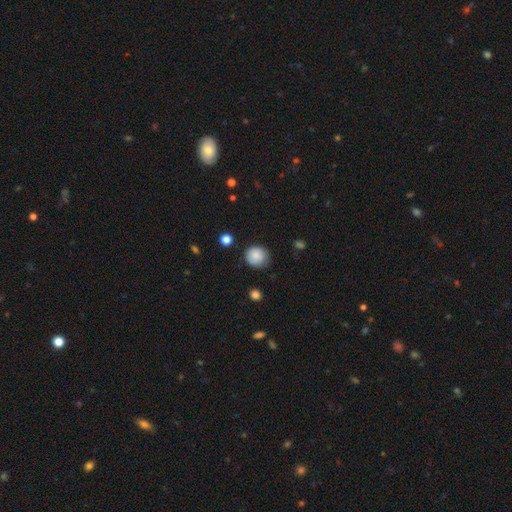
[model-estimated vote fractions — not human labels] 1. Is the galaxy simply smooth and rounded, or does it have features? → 83% smooth, 9% star or artifact, 8% featured or disk.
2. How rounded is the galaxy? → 87% round, 12% in between, 1% cigar-shaped.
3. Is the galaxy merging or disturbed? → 77% none, 18% minor disturbance, 4% major disturbance, 2% merger.